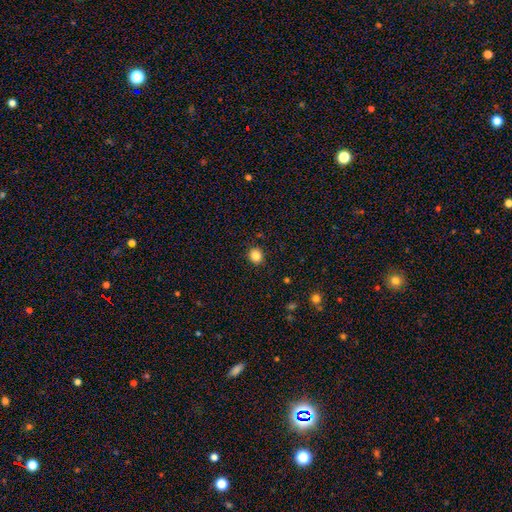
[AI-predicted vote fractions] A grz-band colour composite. It shows a smooth galaxy with no disk features (84%) that is round (81%). Merging: none (91%).